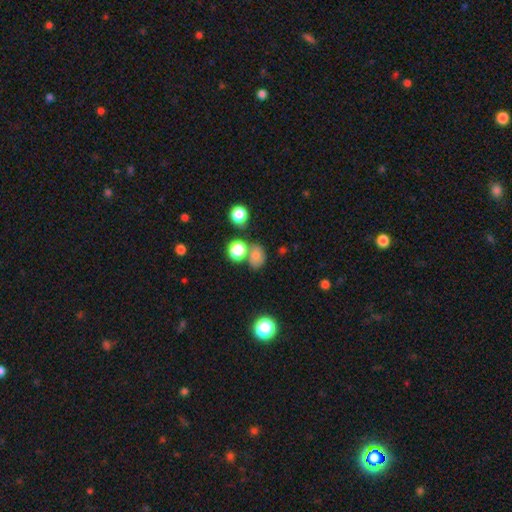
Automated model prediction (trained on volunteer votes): smooth-or-featured: smooth: 75% | star or artifact: 17% | featured or disk: 8%
  how-rounded: round: 49% (tied) | in between: 49% (tied) | cigar-shaped: 1%
  merging: none: 56% | merger: 22% | minor disturbance: 15% | major disturbance: 6%